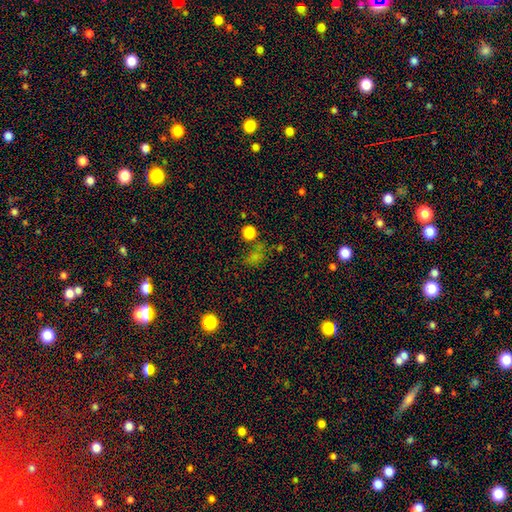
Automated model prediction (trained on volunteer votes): smooth 60%, star or artifact 31%, featured or disk 9%. Down the decision tree: how rounded — round (54%); merging — none (57%).